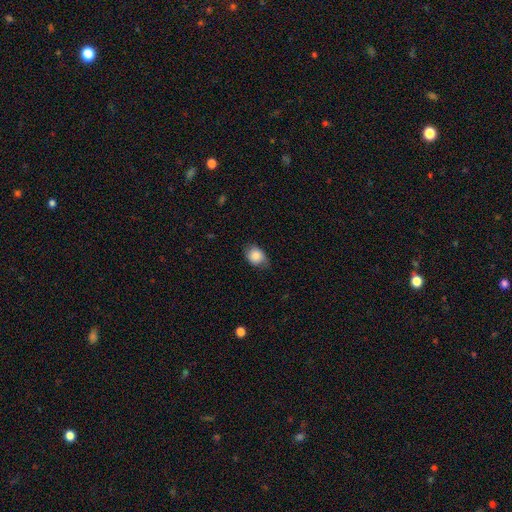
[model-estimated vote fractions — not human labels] smooth_or_featured: smooth (p=0.85) [alt: star or artifact p=0.08]
how_rounded: in between (p=0.58) [alt: round p=0.41]
merging: none (p=0.68) [alt: minor disturbance p=0.26]